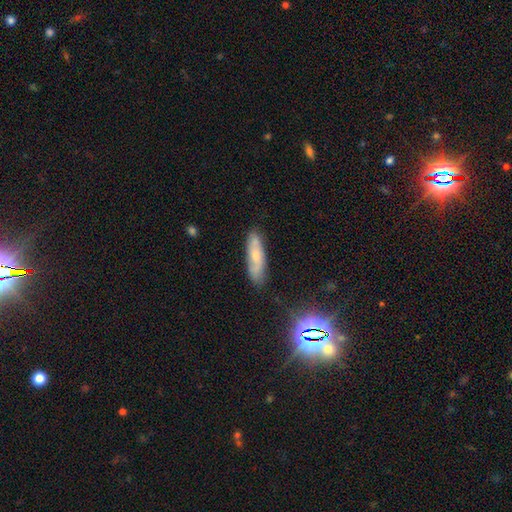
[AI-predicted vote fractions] A smooth galaxy with no disk features (53%) that is cigar-shaped (67%).

Vote fractions:
- Smooth or featured? smooth: 53% / featured or disk: 36% / star or artifact: 11%
- How rounded? cigar-shaped: 67% / in between: 30% / round: 2%
- Merging? none: 80% / minor disturbance: 15% / major disturbance: 3% / merger: 2%